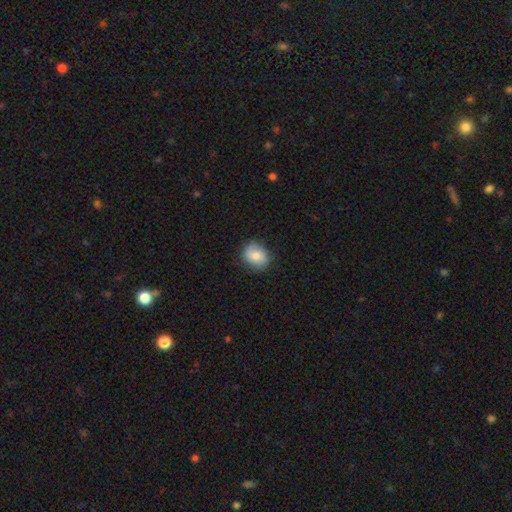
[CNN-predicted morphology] Q: Smooth or featured?
A: smooth (74%); runner-up: featured or disk (18%)
Q: How rounded?
A: round (60%); runner-up: in between (39%)
Q: Merging?
A: none (81%); runner-up: minor disturbance (14%)